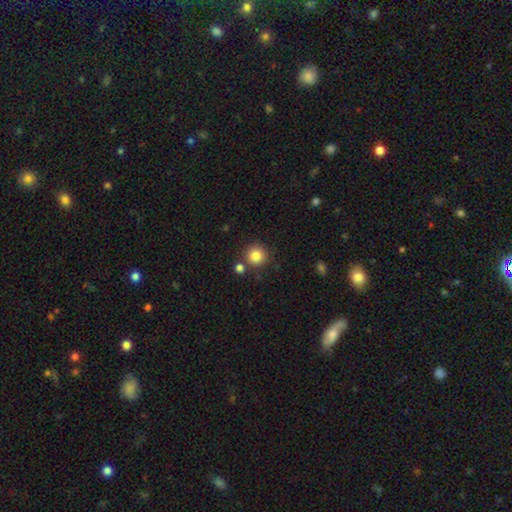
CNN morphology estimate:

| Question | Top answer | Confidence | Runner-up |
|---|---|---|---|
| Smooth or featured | smooth | 84% | star or artifact (10%) |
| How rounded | round | 94% | in between (5%) |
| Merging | none | 80% | merger (9%) |